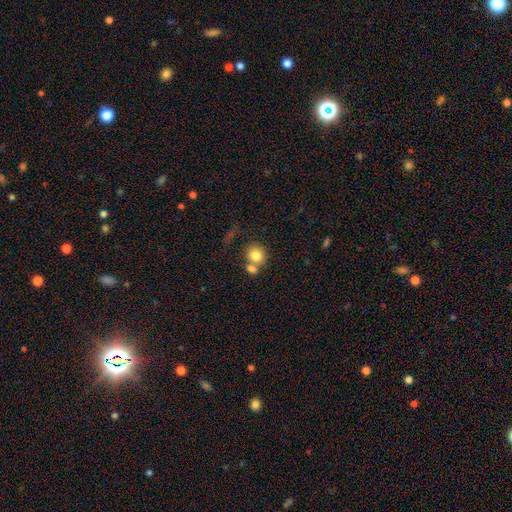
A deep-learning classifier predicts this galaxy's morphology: Smooth or featured? Predicted: smooth (p=0.80). How rounded? Predicted: round (p=0.83). Merging? Predicted: none (p=0.49).